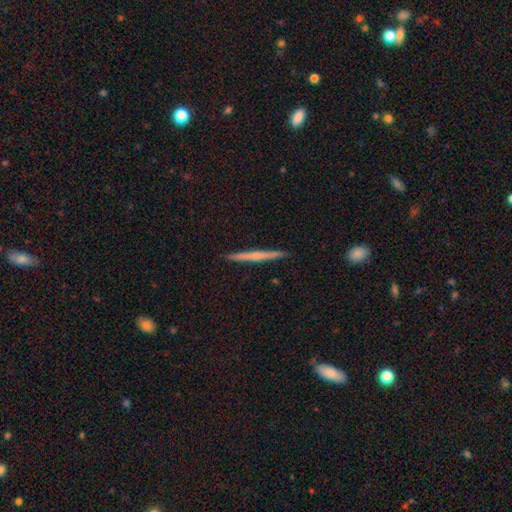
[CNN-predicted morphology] A smooth galaxy with no disk features (47%, tied with featured or disk).

Vote fractions:
- Smooth or featured? smooth: 47% (tied) / featured or disk: 47% (tied) / star or artifact: 6%
- Merging? none: 92% / minor disturbance: 6% / major disturbance: 1% / merger: 1%